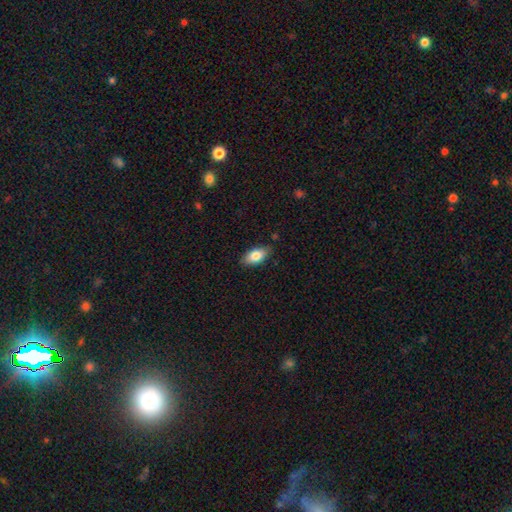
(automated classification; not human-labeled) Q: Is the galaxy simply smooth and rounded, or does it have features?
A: smooth — 81%.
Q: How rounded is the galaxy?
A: in between — 91%.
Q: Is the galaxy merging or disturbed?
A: none — 84%.